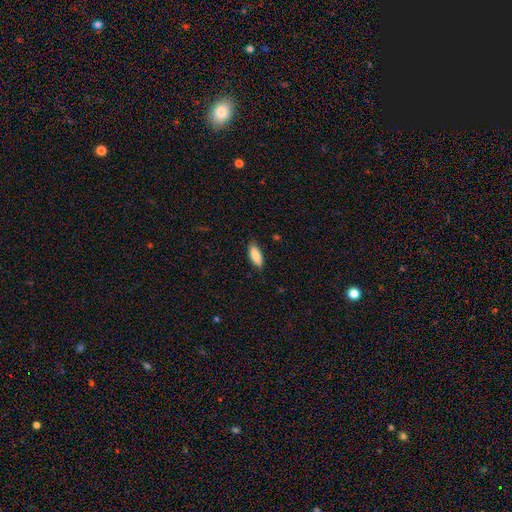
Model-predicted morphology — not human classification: The model was most divided on "how rounded": in between: 78%, cigar-shaped: 21%, round: 2%. More confident: merging — none (84%); smooth or featured — smooth (83%).